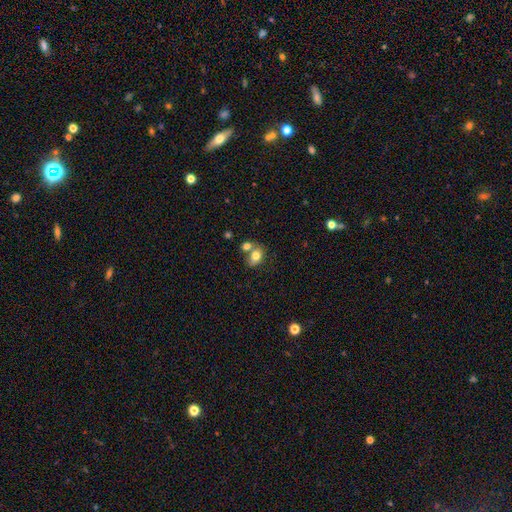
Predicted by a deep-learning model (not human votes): Q: Smooth or featured?
A: smooth (77%); runner-up: featured or disk (14%)
Q: How rounded?
A: in between (68%); runner-up: round (31%)
Q: Merging?
A: merger (43%); runner-up: none (38%)